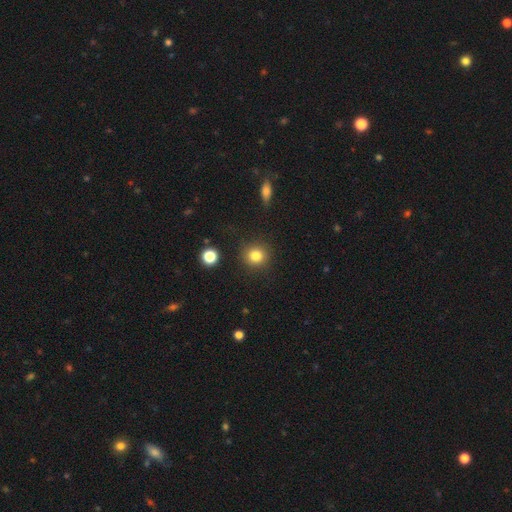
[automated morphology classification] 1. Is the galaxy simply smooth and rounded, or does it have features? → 82% smooth, 12% star or artifact, 6% featured or disk.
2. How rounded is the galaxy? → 89% round, 10% in between, 1% cigar-shaped.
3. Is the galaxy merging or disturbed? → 88% none, 7% minor disturbance, 3% major disturbance, 2% merger.